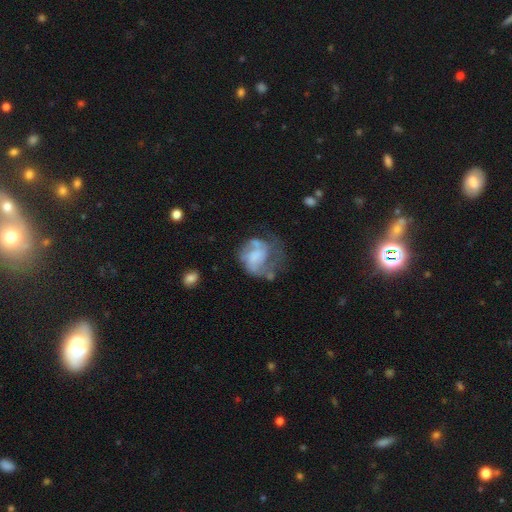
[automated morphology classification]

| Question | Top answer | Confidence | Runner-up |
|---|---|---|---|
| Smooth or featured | featured or disk | 59% | smooth (32%) |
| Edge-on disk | no | 98% | yes (2%) |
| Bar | no | 71% | weak (23%) |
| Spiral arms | yes | 61% | no (39%) |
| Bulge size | none | 46% | moderate (20%) |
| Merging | major disturbance | 38% | none (32%) |